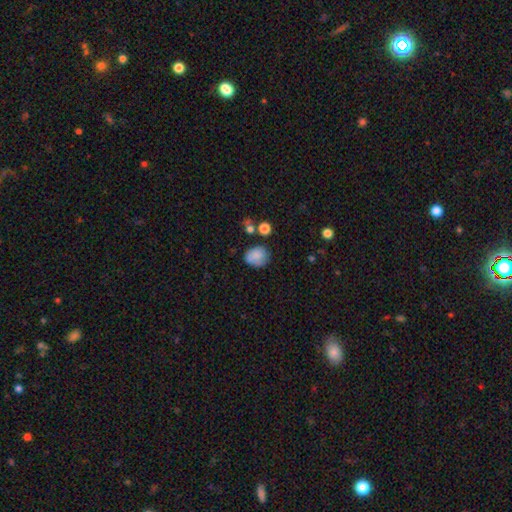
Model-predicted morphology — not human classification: Overall: smooth (80%). How rounded: round (63%; in between 36%). Merging: none (61%; minor disturbance 24%).